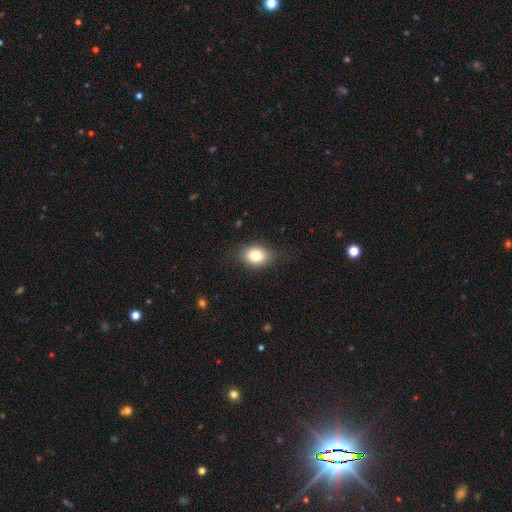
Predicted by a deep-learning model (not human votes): This appears to be a smooth galaxy with no disk features (81%) that is in between round and cigar-shaped (66%). Merging: none (80%).